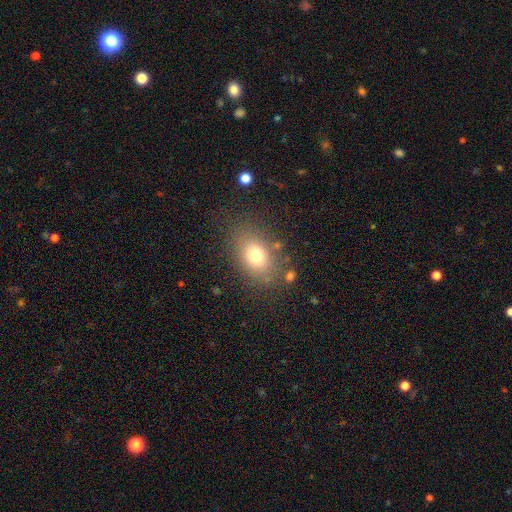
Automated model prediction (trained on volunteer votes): smooth_or_featured: smooth (p=0.74) [alt: featured or disk p=0.13]
how_rounded: in between (p=0.69) [alt: round p=0.29]
merging: none (p=0.77) [alt: minor disturbance p=0.13]